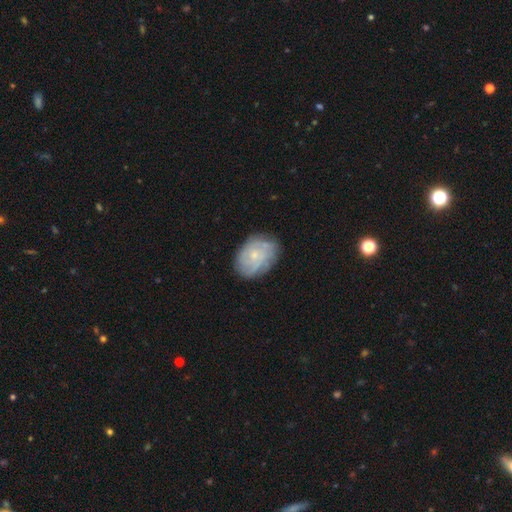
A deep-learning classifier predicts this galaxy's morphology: Smooth or featured? featured or disk (63%)
Edge-on disk? no (97%)
Bar? no (80%)
Spiral arms? yes (82%)
Bulge size? small (67%)
Merging? none (74%)